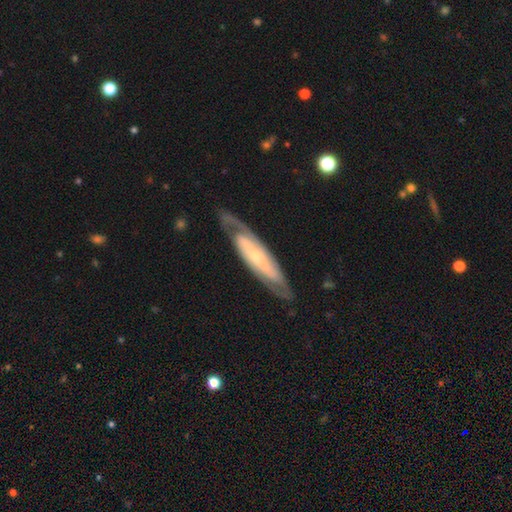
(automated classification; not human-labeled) The model was most divided on "spiral winding": tight: 54%, medium: 35%, loose: 11%. More confident: spiral arms — yes (90%); smooth or featured — featured or disk (78%); merging — none (77%); edge-on disk — no (74%); spiral arm count — 2 (67%); bulge size — small (65%); bar — no (56%).